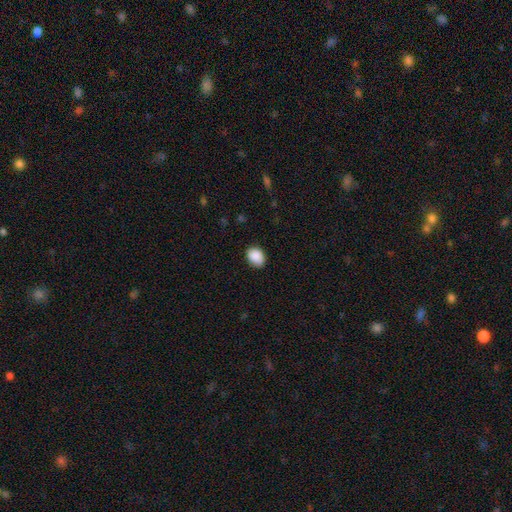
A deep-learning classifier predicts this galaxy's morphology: Smooth or featured? Predicted: smooth (p=0.90). How rounded? Predicted: in between (p=0.70). Merging? Predicted: none (p=0.85).